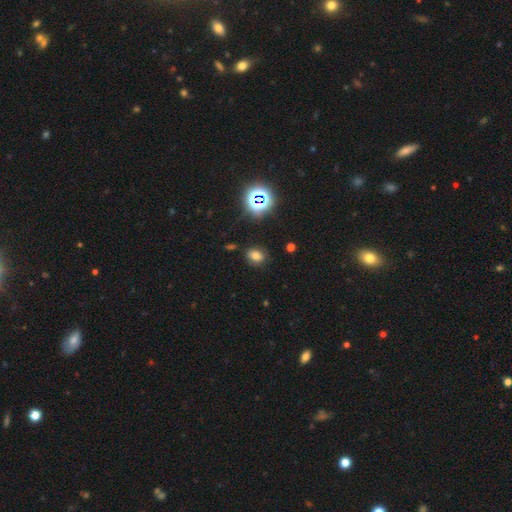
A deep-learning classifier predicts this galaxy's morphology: smooth-or-featured: smooth: 66% | star or artifact: 24% | featured or disk: 10%
  how-rounded: in between: 51% | round: 48% | cigar-shaped: 1%
  merging: none: 82% | minor disturbance: 12% | major disturbance: 4% | merger: 3%